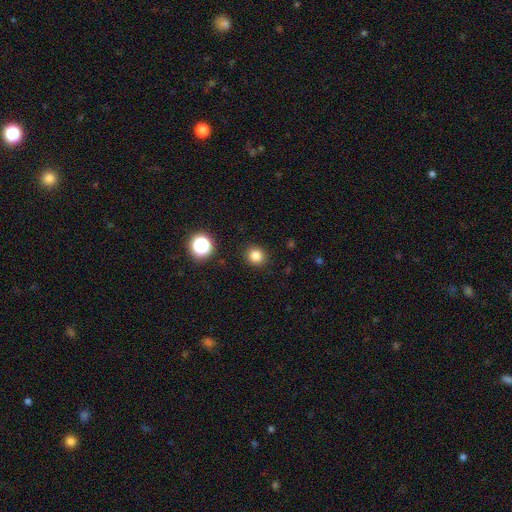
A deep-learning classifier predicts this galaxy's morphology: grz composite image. It shows a smooth galaxy with no disk features (82%) that is round (87%). Merging: none (91%).